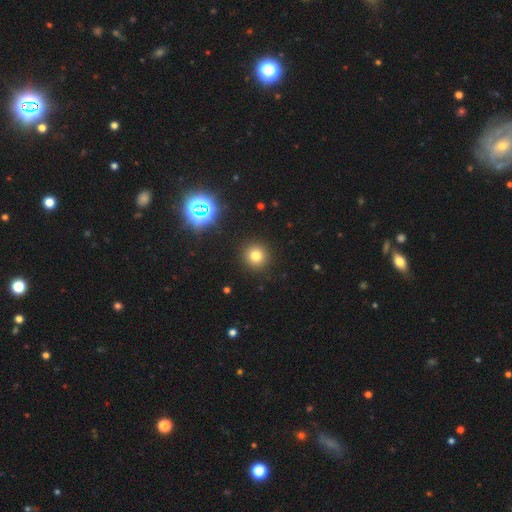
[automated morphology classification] A smooth galaxy with no disk features (76%) that is round (94%).

Vote fractions:
- Smooth or featured? smooth: 76% / star or artifact: 17% / featured or disk: 7%
- How rounded? round: 94% / in between: 5% / cigar-shaped: 1%
- Merging? none: 91% / minor disturbance: 5% / major disturbance: 2% / merger: 1%